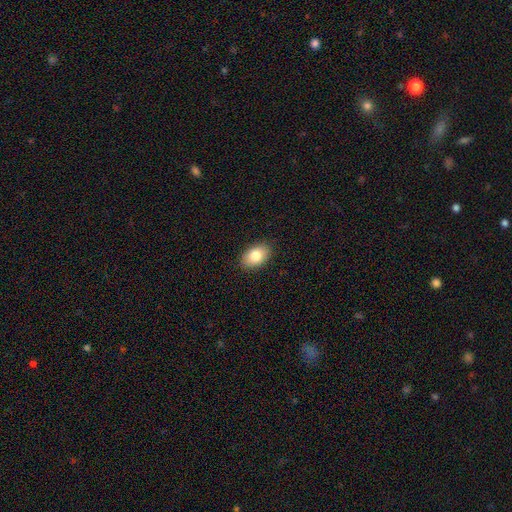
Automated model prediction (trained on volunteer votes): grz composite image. It shows a smooth galaxy with no disk features (83%) that is in between round and cigar-shaped (88%). Merging: none (88%).